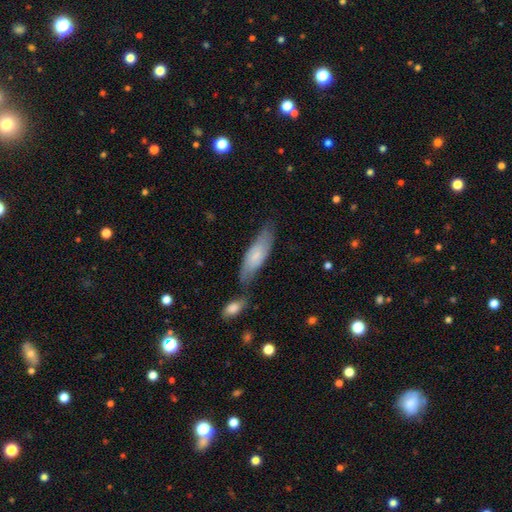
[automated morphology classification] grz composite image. It shows a smooth galaxy with no disk features (62%) that is in between round and cigar-shaped (55%). Merging: none (56%).